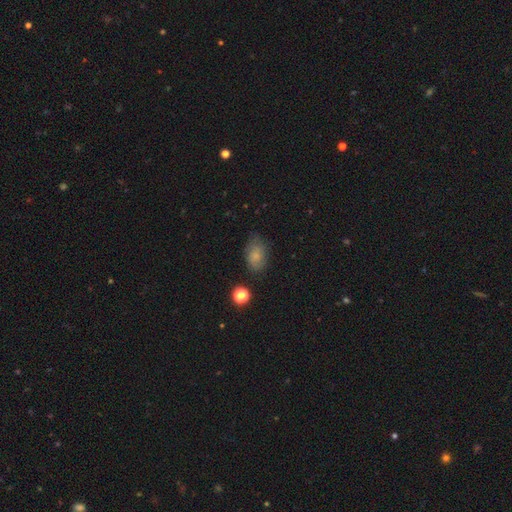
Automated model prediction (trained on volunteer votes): This appears to be a smooth galaxy with no disk features (70%) that is in between round and cigar-shaped (84%). Merging: none (69%).